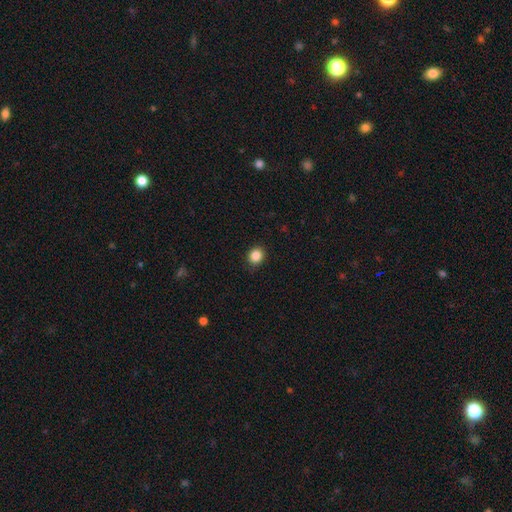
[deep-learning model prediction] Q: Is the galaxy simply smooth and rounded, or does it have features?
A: smooth — 86%.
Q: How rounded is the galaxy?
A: round — 76%.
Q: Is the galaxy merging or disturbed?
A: none — 88%.